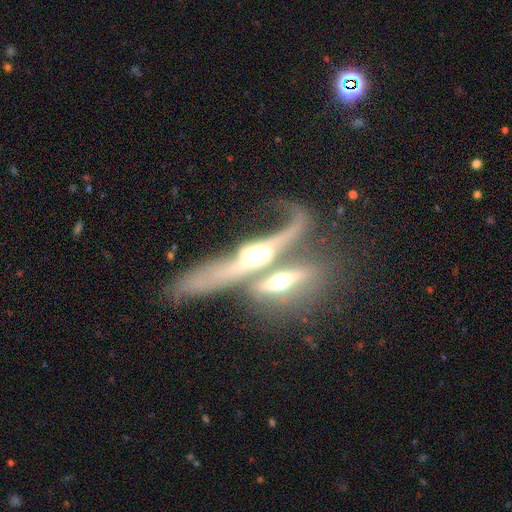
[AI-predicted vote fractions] Overall: featured or disk (74%). Edge-on disk: yes (76%). Edge-on bulge: rounded (91%). Merging: merger (64%).